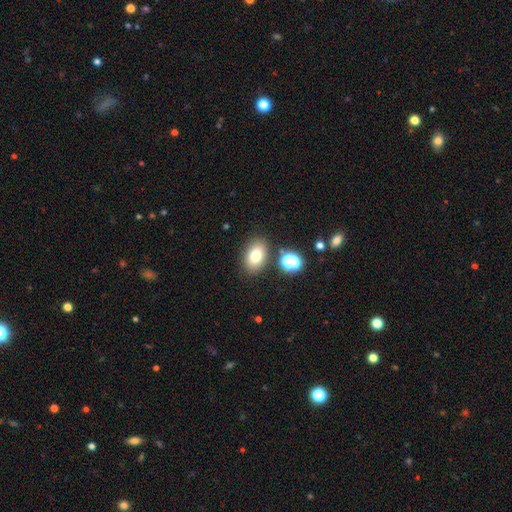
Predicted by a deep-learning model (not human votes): The model was most divided on "smooth or featured": smooth: 79%, star or artifact: 11%, featured or disk: 10%. More confident: how rounded — in between (85%); merging — none (81%).